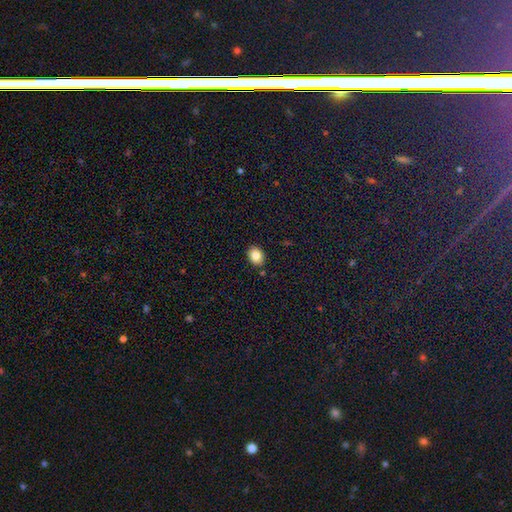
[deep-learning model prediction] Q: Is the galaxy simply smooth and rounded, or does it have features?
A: smooth — 84%.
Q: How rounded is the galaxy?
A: in between — 55%.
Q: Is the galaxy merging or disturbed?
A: none — 88%.